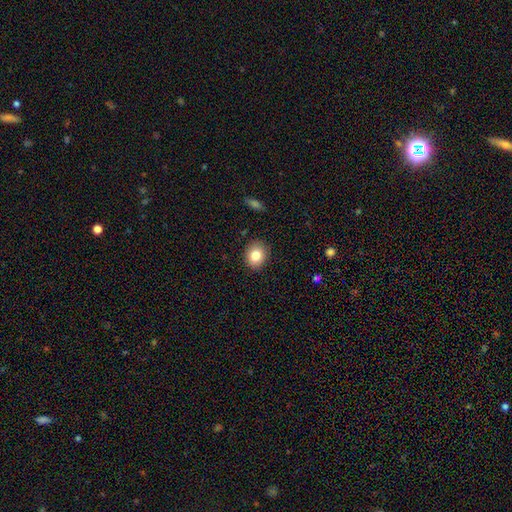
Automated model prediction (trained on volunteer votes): Smooth or featured? smooth (83%)
How rounded? round (63%)
Merging? none (88%)